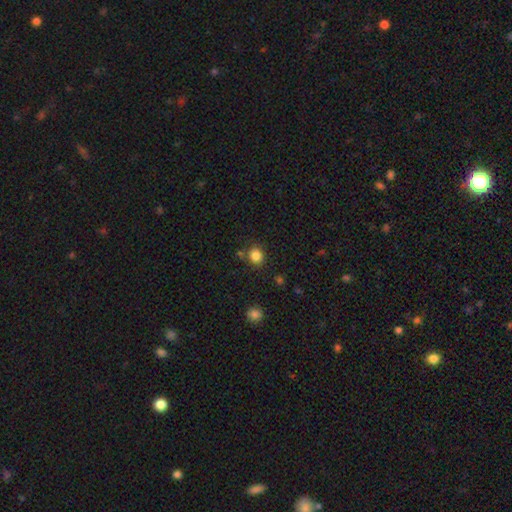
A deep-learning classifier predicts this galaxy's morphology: A smooth galaxy with no disk features (84%) that is round (79%). Merging: none (80%).